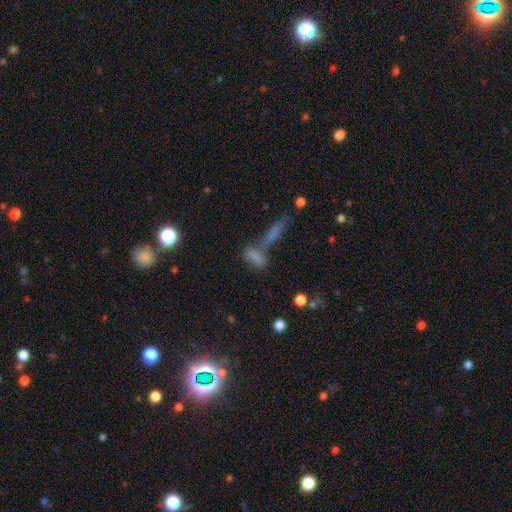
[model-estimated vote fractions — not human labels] Q: Smooth or featured?
A: smooth (74%); runner-up: star or artifact (15%)
Q: How rounded?
A: in between (67%); runner-up: cigar-shaped (27%)
Q: Merging?
A: merger (49%); runner-up: none (33%)